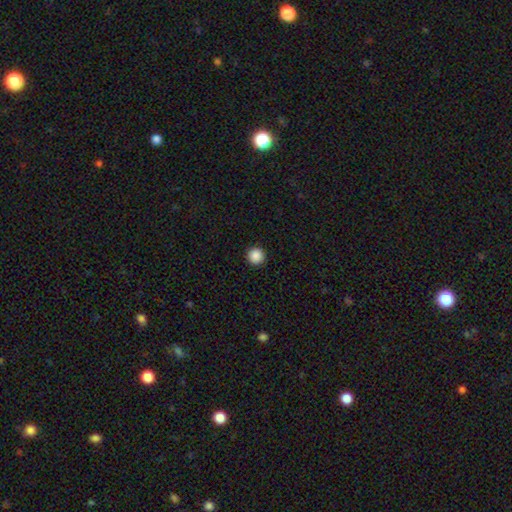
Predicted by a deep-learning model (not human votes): Morphology: type=smooth (88%); roundness=round (97%); merging=none (94%).